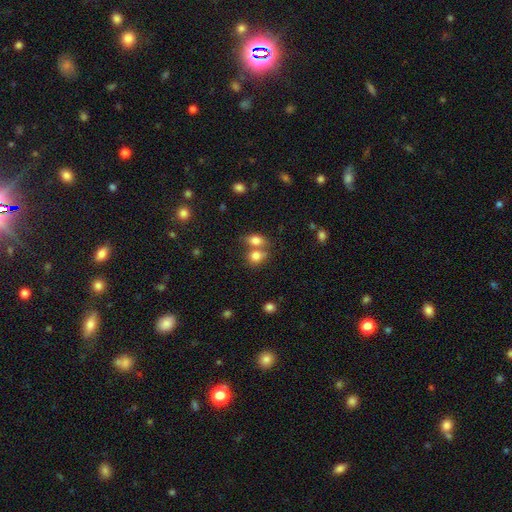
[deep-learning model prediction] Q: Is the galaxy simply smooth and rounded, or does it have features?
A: smooth — 80%.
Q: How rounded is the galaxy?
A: in between — 50%.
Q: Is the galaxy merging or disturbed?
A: merger — 52%.